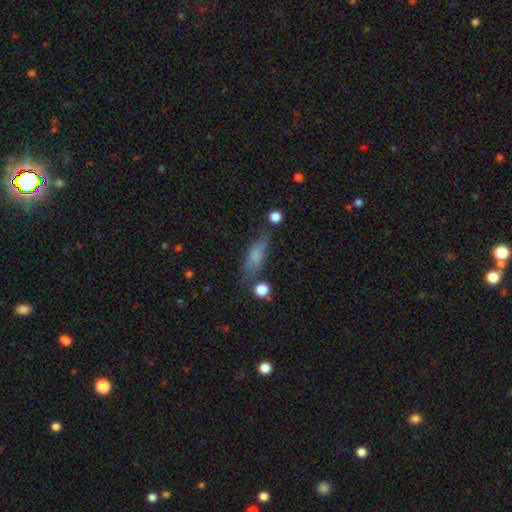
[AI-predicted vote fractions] smooth_or_featured: smooth (p=0.65) [alt: featured or disk p=0.23]
how_rounded: in between (p=0.48) [alt: cigar-shaped p=0.47]
merging: none (p=0.59) [alt: minor disturbance p=0.24]